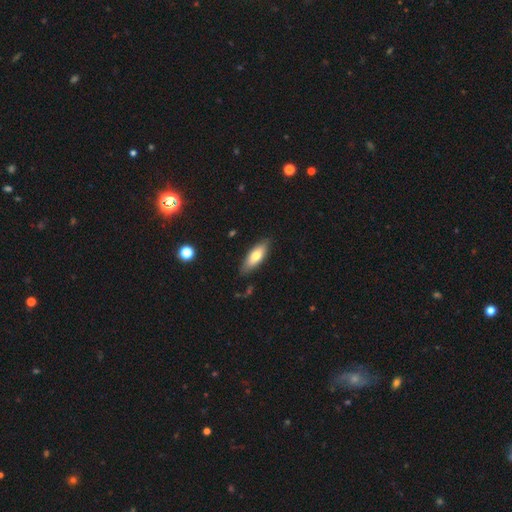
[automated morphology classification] Smooth or featured? Predicted: smooth (p=0.71). How rounded? Predicted: in between (p=0.68). Merging? Predicted: none (p=0.84).